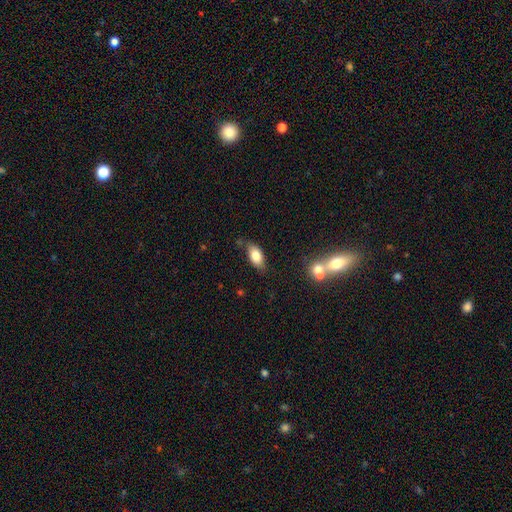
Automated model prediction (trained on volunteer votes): The model was most divided on "merging": none: 71%, minor disturbance: 20%, merger: 5%, major disturbance: 5%. More confident: how rounded — in between (89%); smooth or featured — smooth (79%).